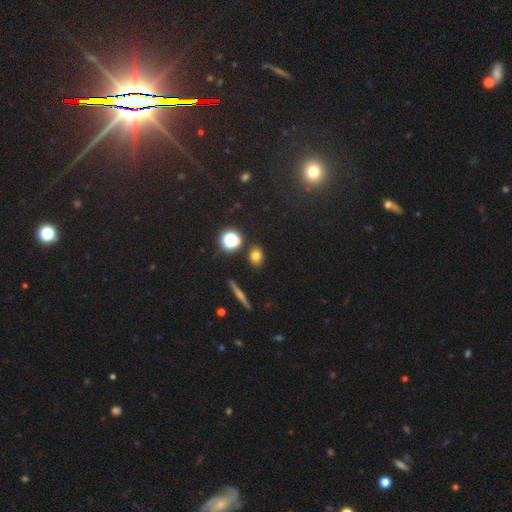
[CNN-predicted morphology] type=smooth (73%); roundness=in between (50%); merging=none (85%).